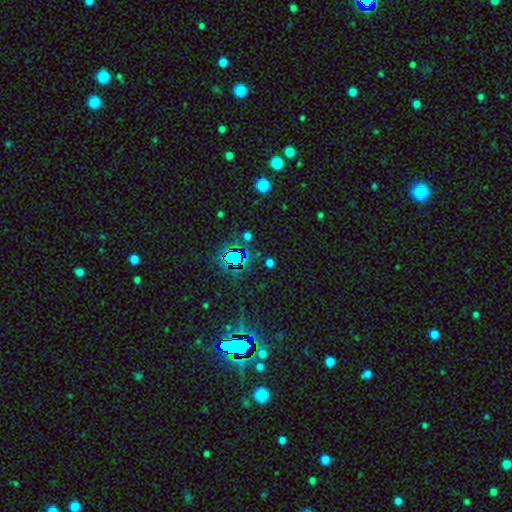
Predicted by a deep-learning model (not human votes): This appears to be a star or artifact, not a galaxy (70%).